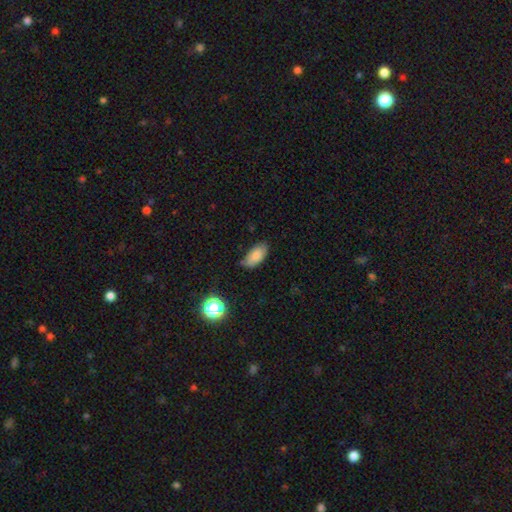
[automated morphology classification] type=smooth (83%); roundness=in between (92%); merging=none (69%).